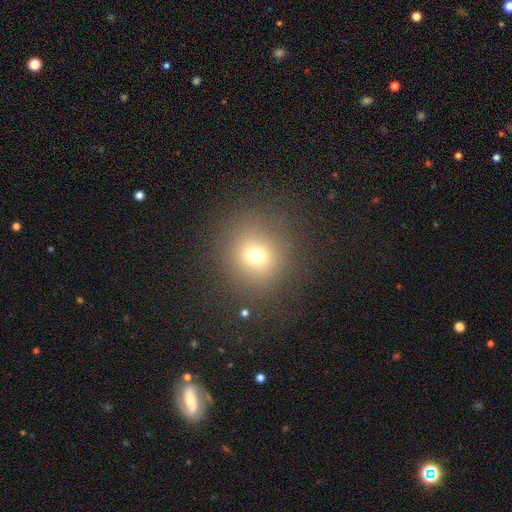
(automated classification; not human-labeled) smooth_or_featured: smooth (p=0.70) [alt: star or artifact p=0.20]
how_rounded: round (p=0.90) [alt: in between p=0.09]
merging: none (p=0.85) [alt: minor disturbance p=0.08]